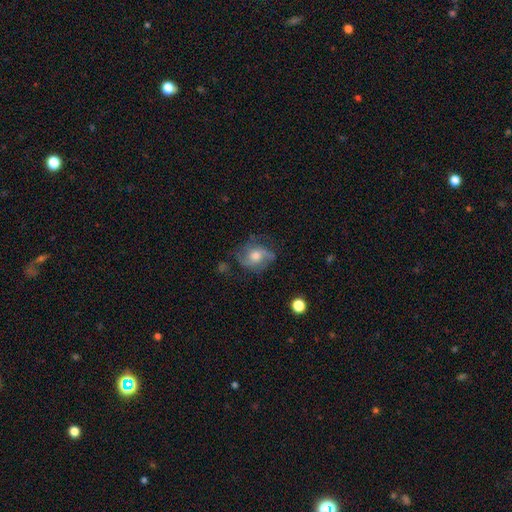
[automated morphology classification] Smooth or featured?
  - featured or disk: 67% *
  - smooth: 23%
  - star or artifact: 10%
Edge-on disk?
  - no: 97% *
  - yes: 3%
Bar?
  - no: 71% *
  - weak: 25%
  - strong: 5%
Spiral arms?
  - yes: 89% *
  - no: 11%
Spiral winding?
  - medium: 47% *
  - loose: 29%
  - tight: 23%
Spiral arm count?
  - 2: 42% *
  - 3: 29%
  - can't tell: 17%
  - 4: 5%
  - 1: 5%
  - more than 4: 3%
Bulge size?
  - moderate: 64% *
  - large: 18%
  - small: 14%
  - none: 3%
  - dominant: 2%
Merging?
  - none: 66% *
  - minor disturbance: 21%
  - major disturbance: 12%
  - merger: 2%